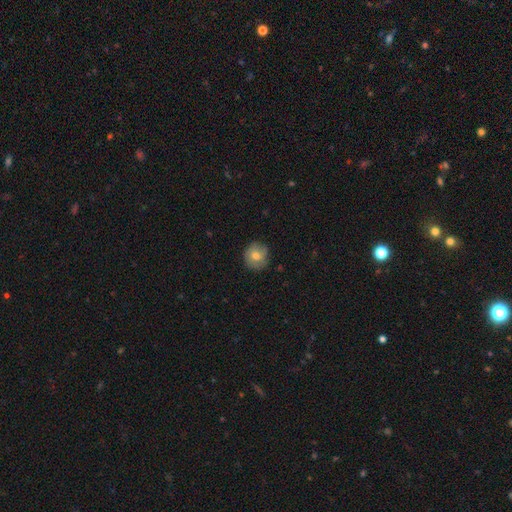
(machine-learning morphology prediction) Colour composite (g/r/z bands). It shows a smooth galaxy with no disk features (68%) that is round (90%). Merging: none (78%).